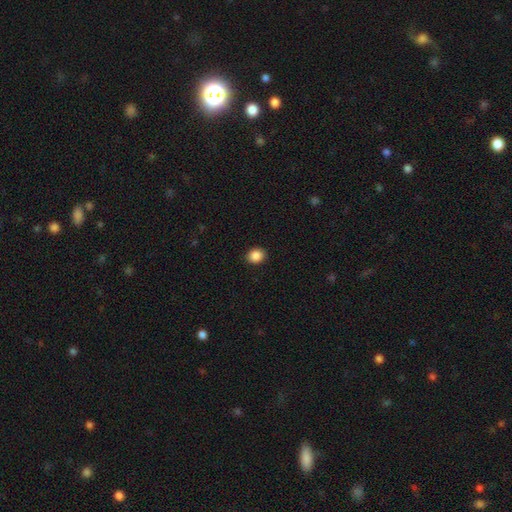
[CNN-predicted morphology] This is clearly a smooth galaxy (88%). How rounded: likely round (66%). Merging: clearly none (91%).